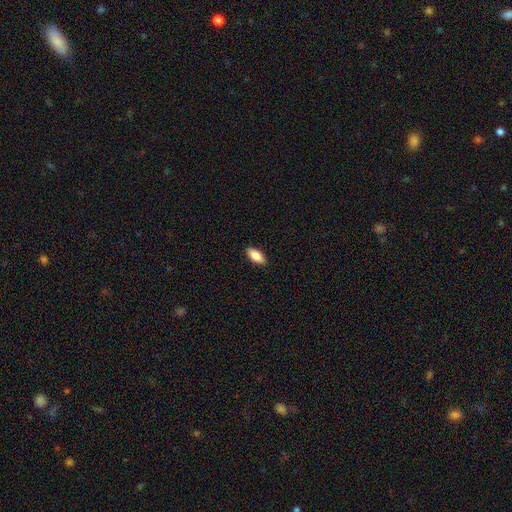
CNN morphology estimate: A smooth galaxy with no disk features (86%) that is in between round and cigar-shaped (88%).

Vote fractions:
- Smooth or featured? smooth: 86% / featured or disk: 8% / star or artifact: 6%
- How rounded? in between: 88% / cigar-shaped: 9% / round: 2%
- Merging? none: 88% / minor disturbance: 9% / major disturbance: 2% / merger: 1%